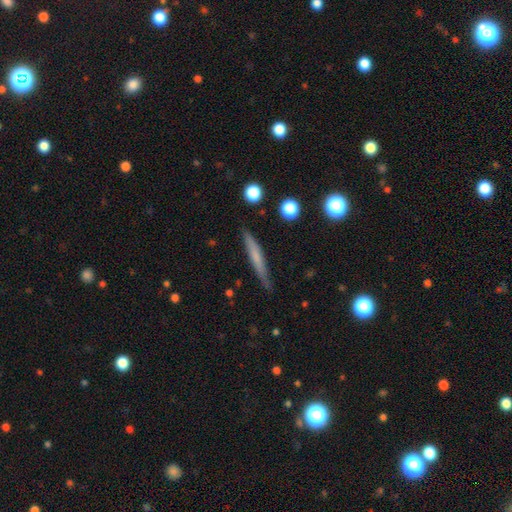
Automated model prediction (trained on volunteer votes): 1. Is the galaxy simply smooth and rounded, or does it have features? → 55% smooth, 38% featured or disk, 7% star or artifact.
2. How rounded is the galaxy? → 93% cigar-shaped, 4% in between, 2% round.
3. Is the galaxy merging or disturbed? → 85% none, 11% minor disturbance, 2% major disturbance, 2% merger.